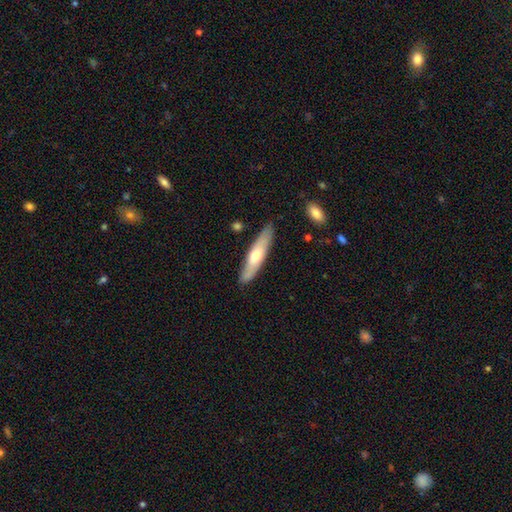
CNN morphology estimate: Smooth or featured? smooth (55%)
How rounded? cigar-shaped (80%)
Merging? none (85%)